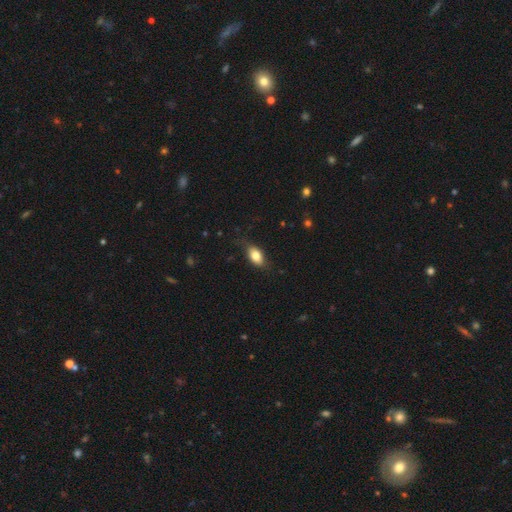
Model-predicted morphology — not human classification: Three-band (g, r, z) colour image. It shows a smooth galaxy with no disk features (77%) that is in between round and cigar-shaped (86%). Merging: none (75%).